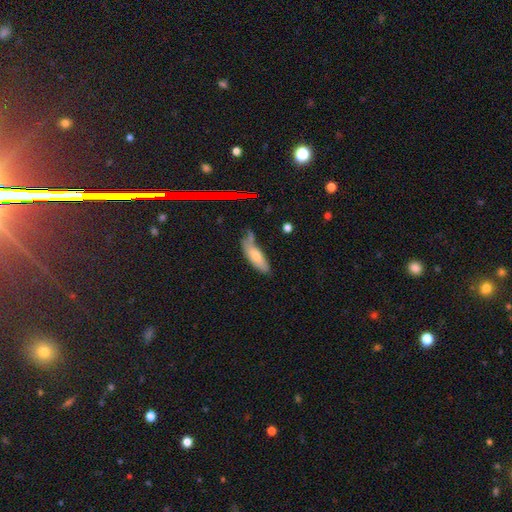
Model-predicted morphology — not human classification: A smooth galaxy with no disk features (71%) that is in between round and cigar-shaped (58%).

Vote fractions:
- Smooth or featured? smooth: 71% / featured or disk: 20% / star or artifact: 9%
- How rounded? in between: 58% / cigar-shaped: 40% / round: 2%
- Merging? none: 48% / minor disturbance: 29% / merger: 14% / major disturbance: 10%